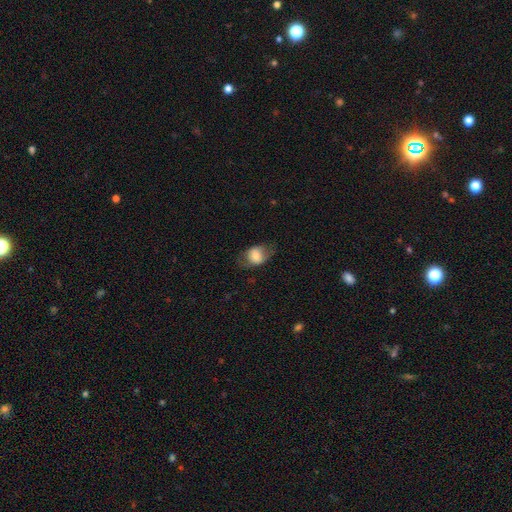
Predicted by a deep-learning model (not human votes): Q: Smooth or featured?
A: smooth (69%); runner-up: featured or disk (23%)
Q: How rounded?
A: in between (66%); runner-up: round (32%)
Q: Merging?
A: none (62%); runner-up: minor disturbance (23%)